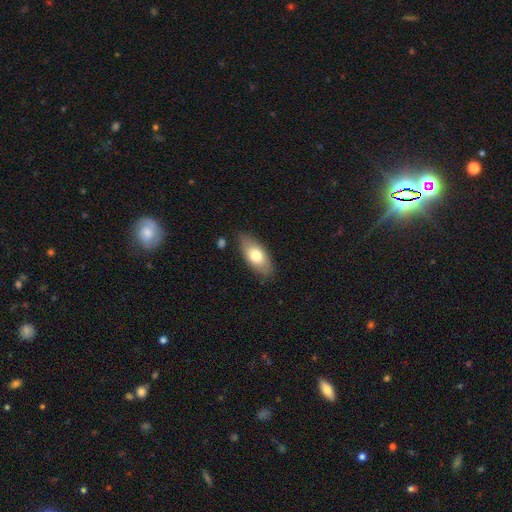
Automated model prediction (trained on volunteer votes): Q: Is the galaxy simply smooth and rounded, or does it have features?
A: smooth — 71%.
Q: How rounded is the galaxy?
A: in between — 87%.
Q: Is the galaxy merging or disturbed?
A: none — 80%.